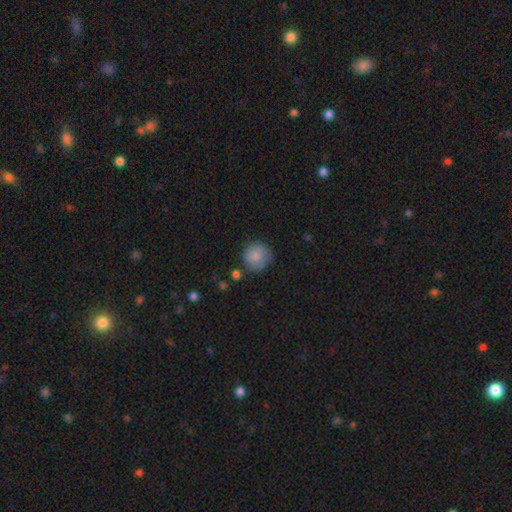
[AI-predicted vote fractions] A smooth galaxy with no disk features (82%) that is round (92%).

Vote fractions:
- Smooth or featured? smooth: 82% / featured or disk: 10% / star or artifact: 8%
- How rounded? round: 92% / in between: 7% / cigar-shaped: 1%
- Merging? none: 72% / minor disturbance: 19% / major disturbance: 5% / merger: 4%